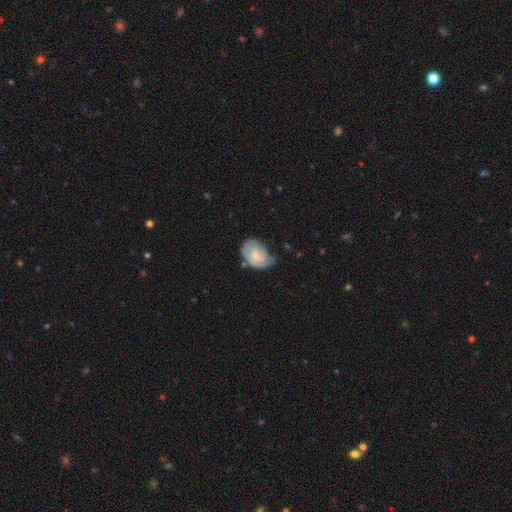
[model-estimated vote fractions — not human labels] Morphology: type=featured or disk (48%); merging=minor disturbance (41%).